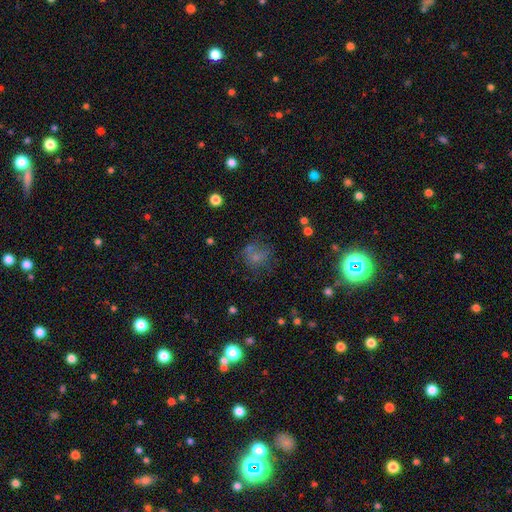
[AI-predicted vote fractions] Smooth or featured?
  - smooth: 59% *
  - featured or disk: 21%
  - star or artifact: 21%
How rounded?
  - round: 66% *
  - in between: 33%
  - cigar-shaped: 1%
Merging?
  - none: 47% *
  - minor disturbance: 20%
  - major disturbance: 20%
  - merger: 13%